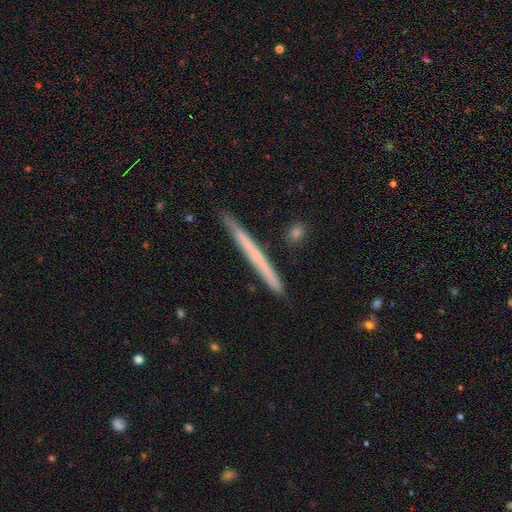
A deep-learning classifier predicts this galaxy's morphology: Overall: featured or disk (49%; smooth 44%). Merging: none (89%).